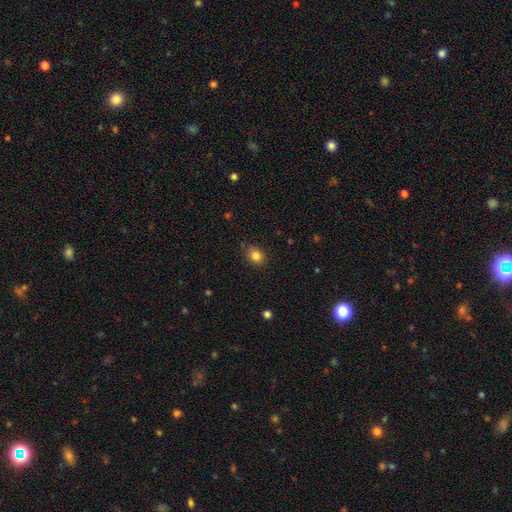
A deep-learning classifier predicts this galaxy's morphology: Smooth or featured?
  - smooth: 83% *
  - star or artifact: 10%
  - featured or disk: 6%
How rounded?
  - in between: 53% *
  - round: 46%
  - cigar-shaped: 1%
Merging?
  - none: 82% *
  - minor disturbance: 14%
  - major disturbance: 3%
  - merger: 1%